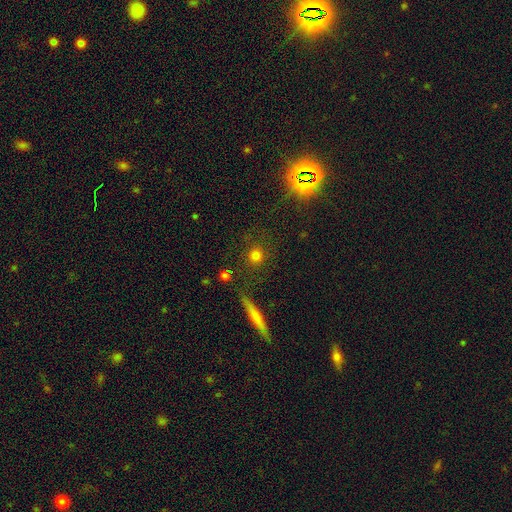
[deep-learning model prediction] Q: Smooth or featured?
A: smooth (74%); runner-up: star or artifact (16%)
Q: How rounded?
A: round (89%); runner-up: in between (8%)
Q: Merging?
A: none (83%); runner-up: minor disturbance (9%)